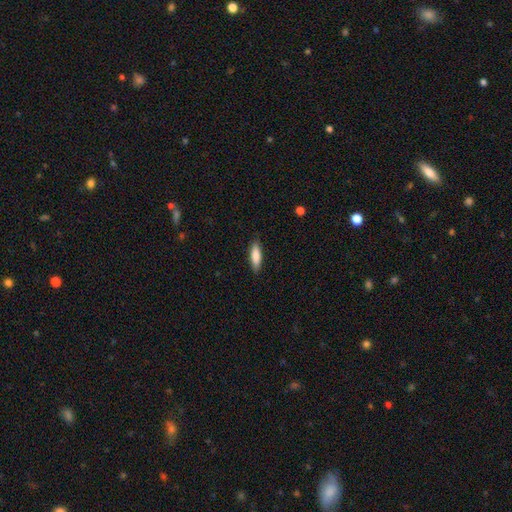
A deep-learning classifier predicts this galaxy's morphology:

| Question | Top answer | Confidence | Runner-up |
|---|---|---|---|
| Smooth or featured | smooth | 84% | featured or disk (11%) |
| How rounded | cigar-shaped | 53% | in between (46%) |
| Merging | none | 87% | minor disturbance (10%) |